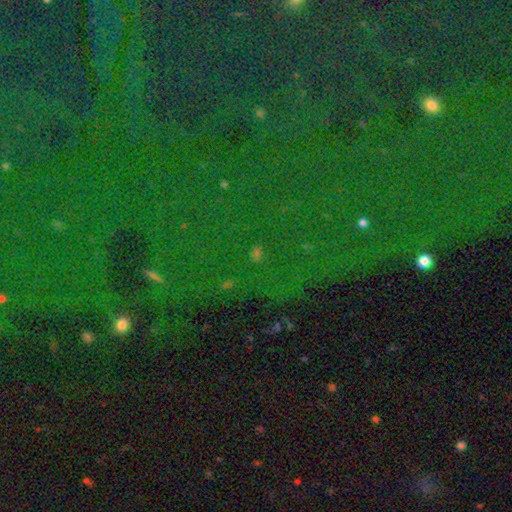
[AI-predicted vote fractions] This is clearly a star or artifact rather than a galaxy (81%).